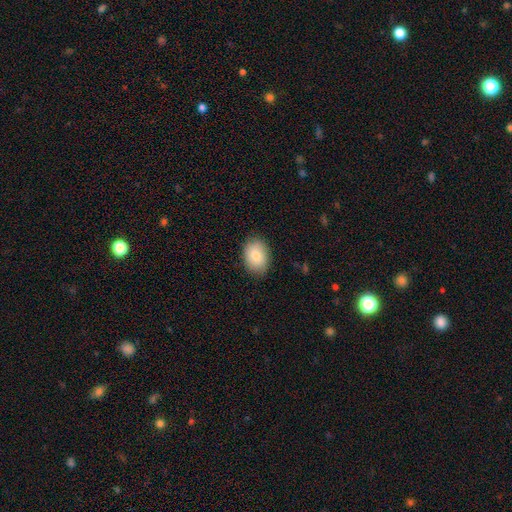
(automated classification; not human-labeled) Smooth or featured? Predicted: smooth (p=0.83). How rounded? Predicted: in between (p=0.81). Merging? Predicted: none (p=0.86).